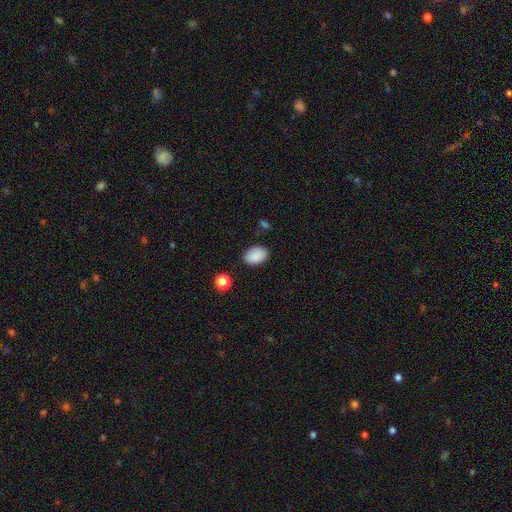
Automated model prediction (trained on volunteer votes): Overall: smooth (88%). How rounded: in between (86%). Merging: none (81%).